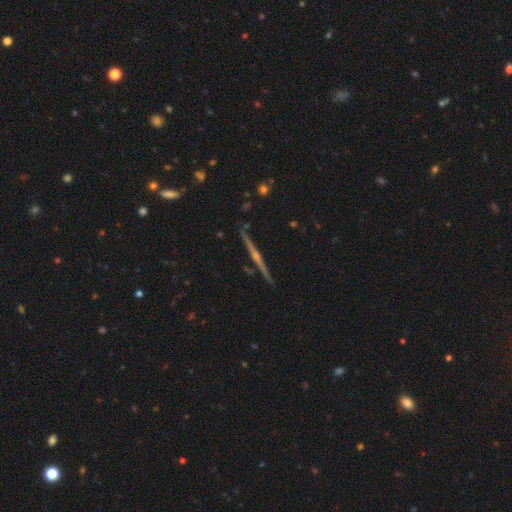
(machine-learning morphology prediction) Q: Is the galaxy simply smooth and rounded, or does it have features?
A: featured or disk — 85%.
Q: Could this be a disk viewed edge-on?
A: yes — 98%.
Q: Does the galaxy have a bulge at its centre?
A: rounded — 82%.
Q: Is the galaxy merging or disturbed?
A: none — 90%.